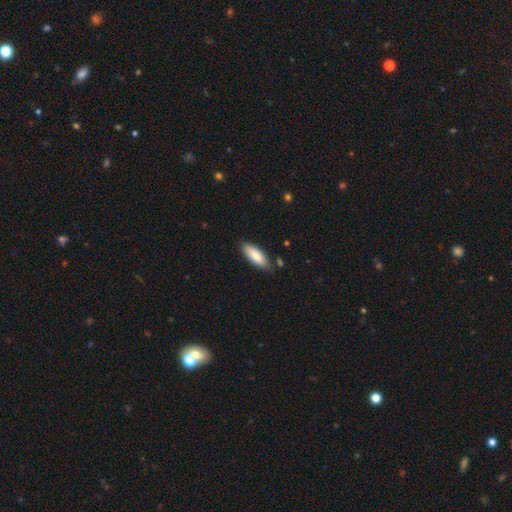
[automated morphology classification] Smooth or featured? smooth (81%)
How rounded? in between (63%)
Merging? none (80%)